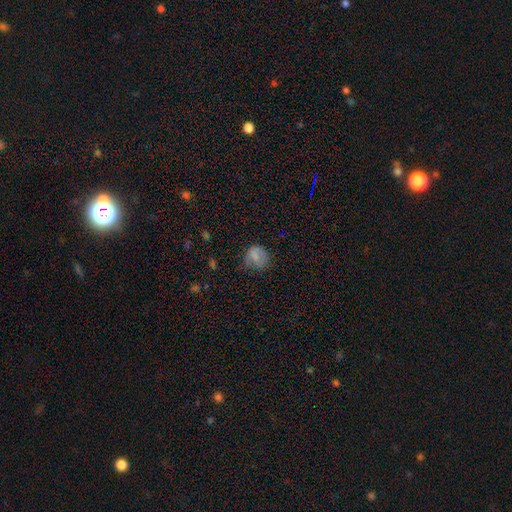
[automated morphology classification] smooth_or_featured: smooth (p=0.75) [alt: featured or disk p=0.13]
how_rounded: round (p=0.68) [alt: in between p=0.31]
merging: none (p=0.51) [alt: minor disturbance p=0.31]